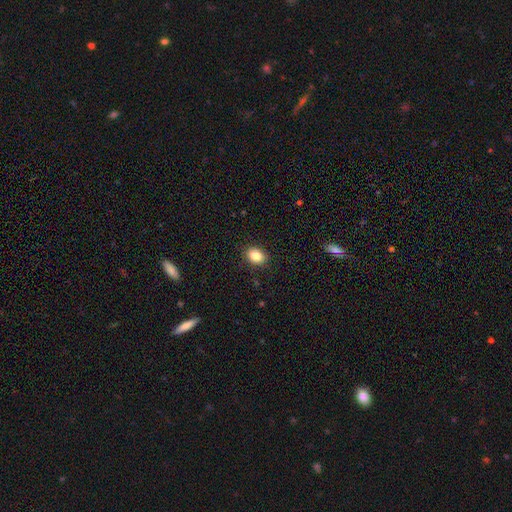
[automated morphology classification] type=smooth (85%); roundness=in between (69%); merging=none (89%).